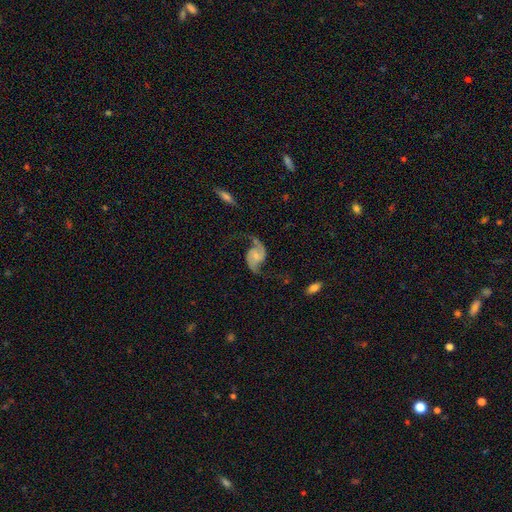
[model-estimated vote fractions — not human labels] Morphology: type=featured or disk (88%); edge-on=no (98%); bar=no (56%); spiral arms=yes (97%); winding=loose (65%); arm count=2 (93%); bulge=small (52%); merging=none (67%).